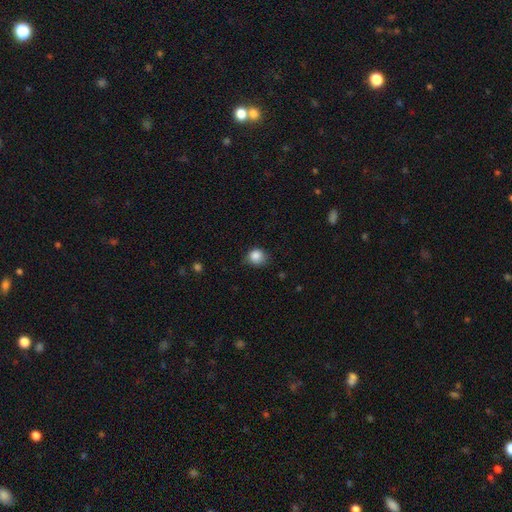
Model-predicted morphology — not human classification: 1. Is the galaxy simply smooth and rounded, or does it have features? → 86% smooth, 9% star or artifact, 5% featured or disk.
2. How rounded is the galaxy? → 79% round, 20% in between, 1% cigar-shaped.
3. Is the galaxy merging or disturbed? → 64% none, 28% minor disturbance, 6% major disturbance, 1% merger.